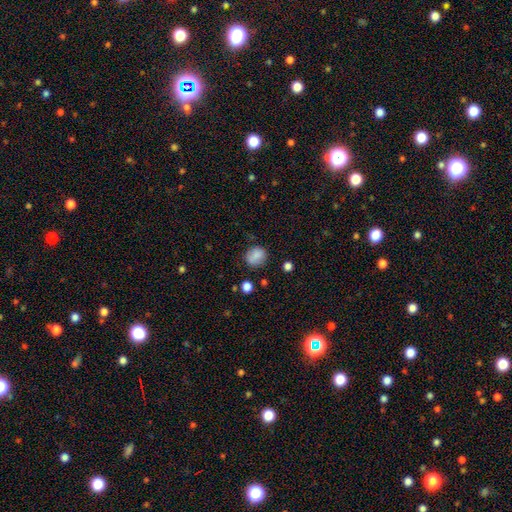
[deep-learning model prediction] smooth_or_featured: smooth (p=0.83) [alt: star or artifact p=0.10]
how_rounded: round (p=0.70) [alt: in between p=0.29]
merging: none (p=0.74) [alt: minor disturbance p=0.18]